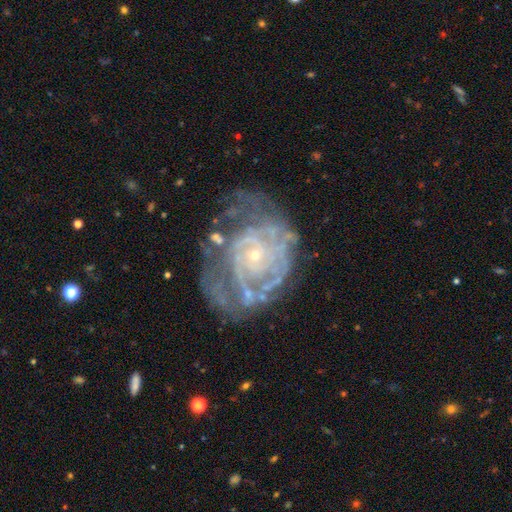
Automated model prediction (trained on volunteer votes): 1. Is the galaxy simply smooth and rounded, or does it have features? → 86% featured or disk, 7% smooth, 7% star or artifact.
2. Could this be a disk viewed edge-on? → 97% no, 3% yes.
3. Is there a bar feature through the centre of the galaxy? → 80% no, 16% weak, 4% strong.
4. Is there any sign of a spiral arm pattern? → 90% yes, 10% no.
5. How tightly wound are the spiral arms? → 71% tight, 23% medium, 7% loose.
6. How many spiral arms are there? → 41% can't tell, 18% 2, 15% 3, 12% 4, 8% more than 4, 7% 1.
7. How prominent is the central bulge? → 83% small, 13% moderate, 2% none, 1% large, 1% dominant.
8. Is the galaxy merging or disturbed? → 51% none, 24% minor disturbance, 22% major disturbance, 4% merger.